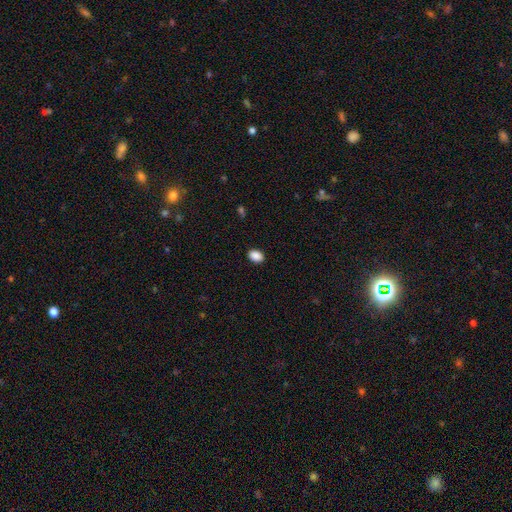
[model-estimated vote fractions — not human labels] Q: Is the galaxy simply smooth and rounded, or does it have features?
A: smooth — 89%.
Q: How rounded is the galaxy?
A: in between — 77%.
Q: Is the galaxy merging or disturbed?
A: none — 90%.